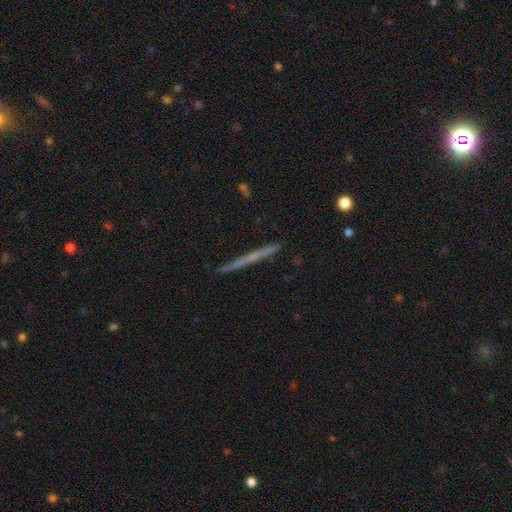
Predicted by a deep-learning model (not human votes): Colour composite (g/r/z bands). It shows a featured or disk galaxy (60%) viewed edge-on (98%) with no central bulge (77%). Merging: none (89%).